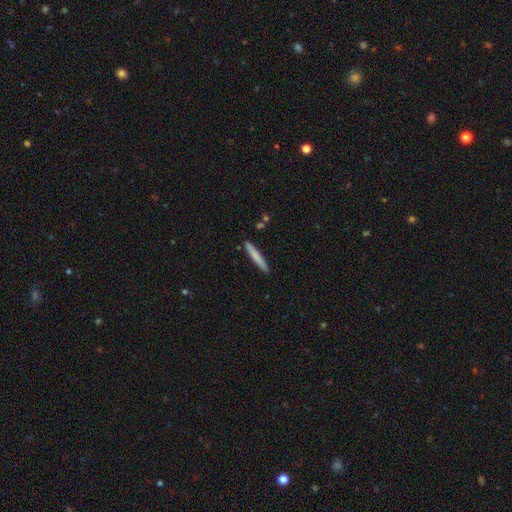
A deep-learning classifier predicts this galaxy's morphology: The model was most divided on "smooth or featured": smooth: 76%, featured or disk: 18%, star or artifact: 5%. More confident: how rounded — cigar-shaped (95%); merging — none (89%).